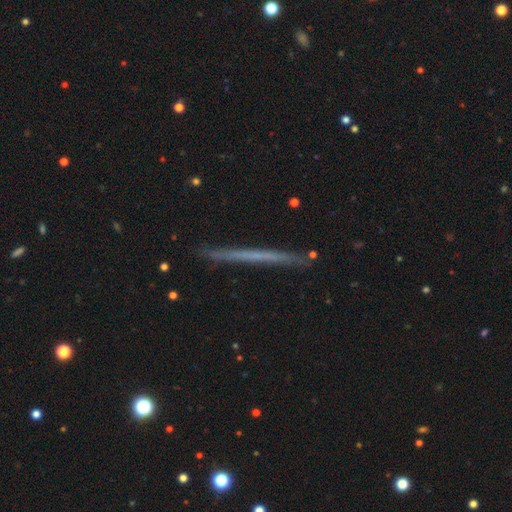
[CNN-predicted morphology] Smooth or featured?
  - featured or disk: 55% *
  - smooth: 39%
  - star or artifact: 7%
Edge-on disk?
  - yes: 97% *
  - no: 3%
Edge-on bulge?
  - none: 93% *
  - rounded: 4%
  - boxy: 3%
Merging?
  - none: 89% *
  - minor disturbance: 8%
  - major disturbance: 1%
  - merger: 1%